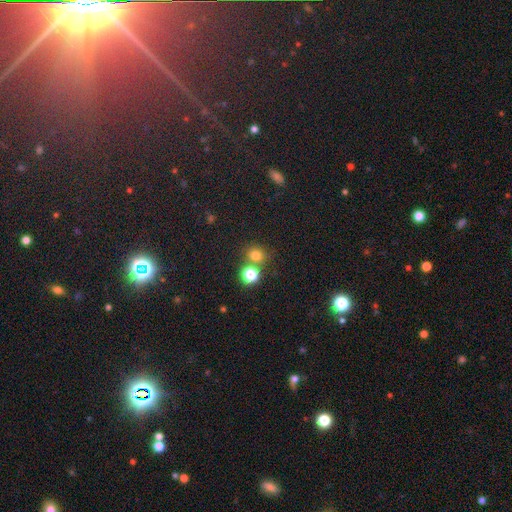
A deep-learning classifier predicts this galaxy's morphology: smooth_or_featured: smooth (p=0.74) [alt: star or artifact p=0.20]
how_rounded: round (p=0.85) [alt: in between p=0.14]
merging: none (p=0.69) [alt: merger p=0.20]